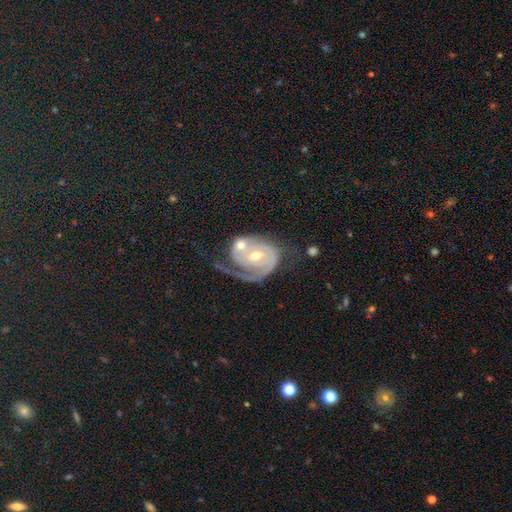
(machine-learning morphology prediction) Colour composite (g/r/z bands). It shows a featured or disk galaxy (83%) with no bar (67%), 2 (41%) tight (53%) spiral arms (92%) and a moderate central bulge (64%). Merging: merger (35%).